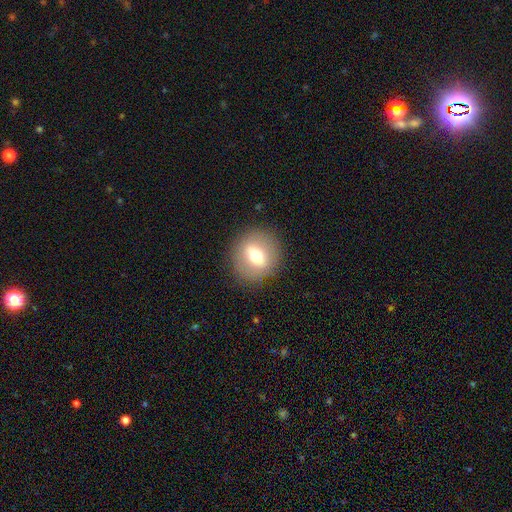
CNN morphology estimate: This is possibly a smooth galaxy (57%). How rounded: clearly round (84%). Merging: clearly none (88%).